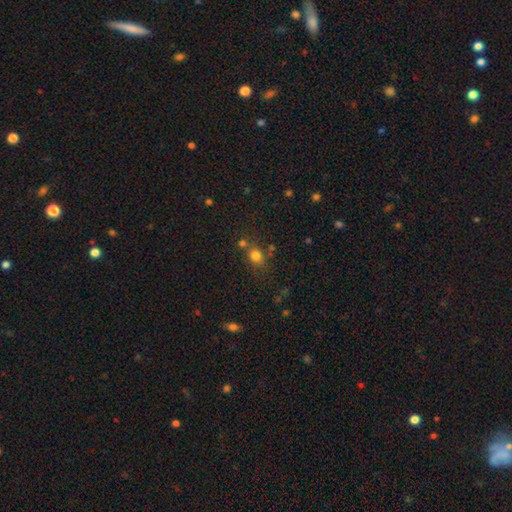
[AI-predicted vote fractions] A smooth galaxy with no disk features (77%) that is round (60%). Merging: none (65%).